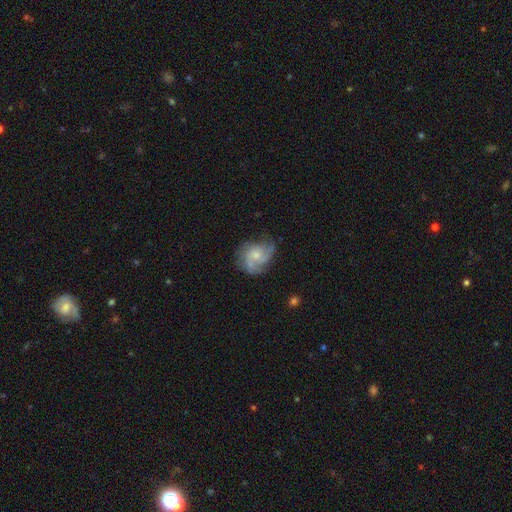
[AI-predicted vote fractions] Q: Smooth or featured?
A: featured or disk (62%); runner-up: smooth (30%)
Q: Edge-on disk?
A: no (98%); runner-up: yes (2%)
Q: Bar?
A: no (76%); runner-up: weak (22%)
Q: Spiral arms?
A: yes (82%); runner-up: no (18%)
Q: Bulge size?
A: small (54%); runner-up: moderate (36%)
Q: Merging?
A: none (53%); runner-up: minor disturbance (26%)